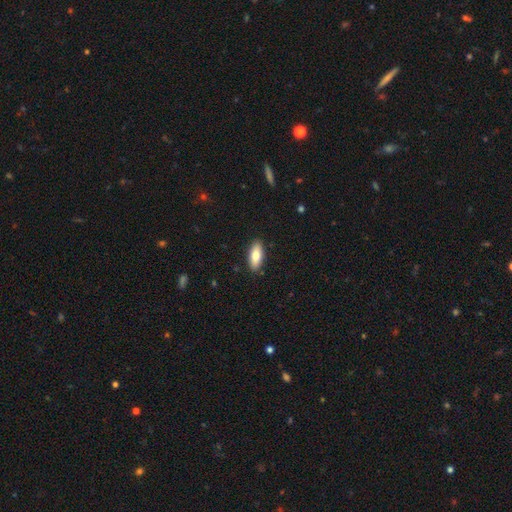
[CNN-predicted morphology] smooth-or-featured: smooth: 77% | featured or disk: 17% | star or artifact: 6%
  how-rounded: in between: 82% | cigar-shaped: 16% | round: 2%
  merging: none: 89% | minor disturbance: 8% | major disturbance: 2% | merger: 1%